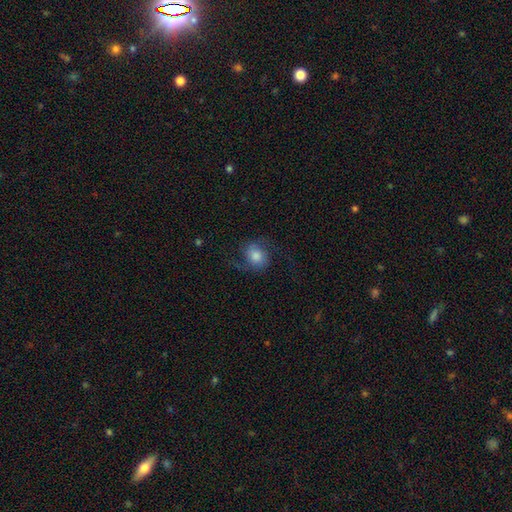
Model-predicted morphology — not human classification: A featured or disk galaxy (47%). Merging: none (65%).